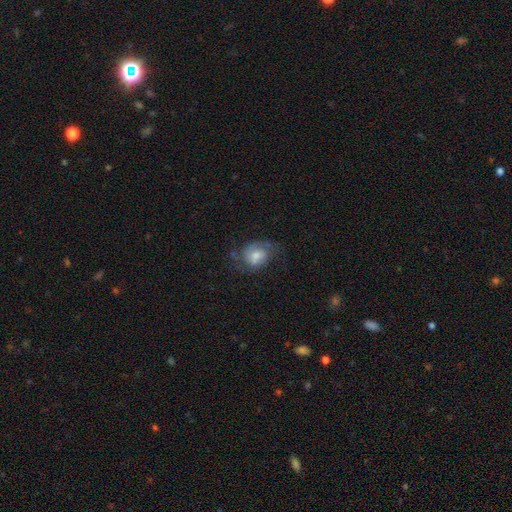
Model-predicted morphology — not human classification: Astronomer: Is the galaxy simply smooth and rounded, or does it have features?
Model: featured or disk — 59%.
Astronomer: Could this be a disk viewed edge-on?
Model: no — 97%.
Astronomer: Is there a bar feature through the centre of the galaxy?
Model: no — 55% (runner-up: weak, 39%).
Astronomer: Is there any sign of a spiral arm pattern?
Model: yes — 86%.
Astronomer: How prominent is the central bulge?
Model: moderate — 49% (runner-up: small, 32%).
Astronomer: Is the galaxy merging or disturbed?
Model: none — 55%.